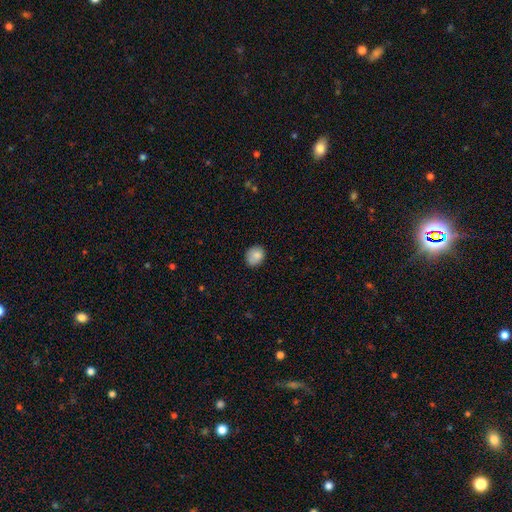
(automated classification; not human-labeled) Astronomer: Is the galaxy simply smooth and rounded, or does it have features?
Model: smooth — 83%.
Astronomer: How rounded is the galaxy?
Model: round — 55% (runner-up: in between, 44%).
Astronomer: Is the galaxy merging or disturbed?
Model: none — 74%.